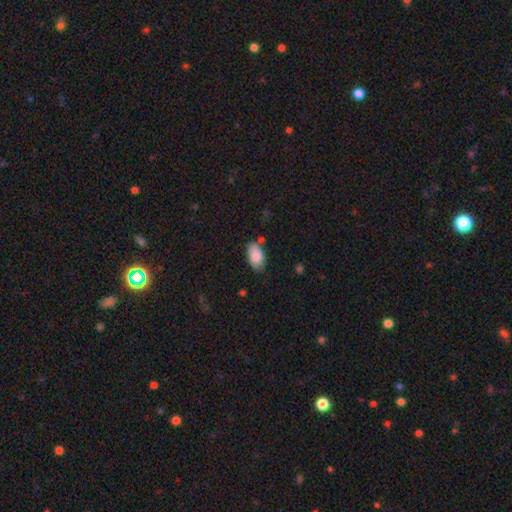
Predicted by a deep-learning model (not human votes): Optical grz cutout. It shows a smooth galaxy with no disk features (87%) that is in between round and cigar-shaped (94%). Merging: none (70%).